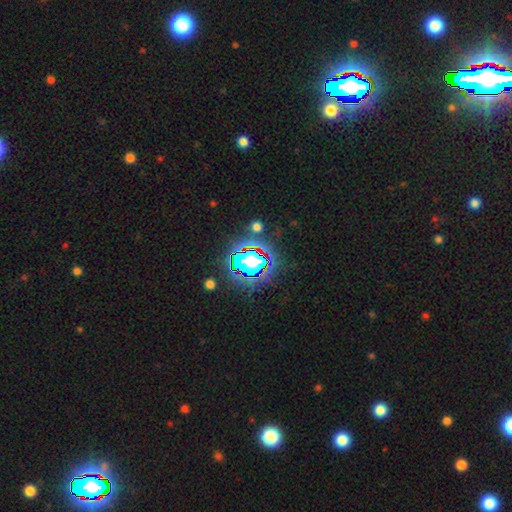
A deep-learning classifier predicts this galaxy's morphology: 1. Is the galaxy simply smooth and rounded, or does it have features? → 61% star or artifact, 23% smooth, 16% featured or disk.